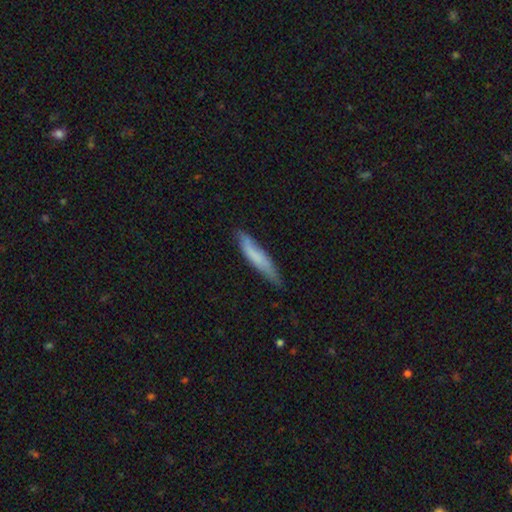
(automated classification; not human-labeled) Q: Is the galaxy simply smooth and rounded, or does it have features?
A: smooth — 67%.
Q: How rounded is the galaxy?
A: cigar-shaped — 88%.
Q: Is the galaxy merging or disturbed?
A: none — 71%.